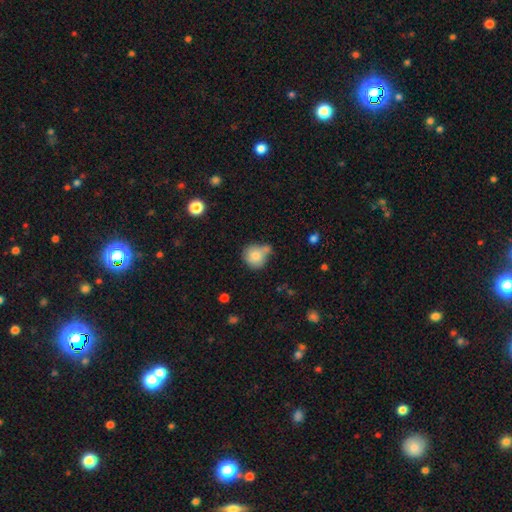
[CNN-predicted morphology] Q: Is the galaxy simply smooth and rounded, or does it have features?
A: smooth — 81%.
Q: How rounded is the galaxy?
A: round — 85%.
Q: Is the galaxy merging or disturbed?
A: none — 50%.